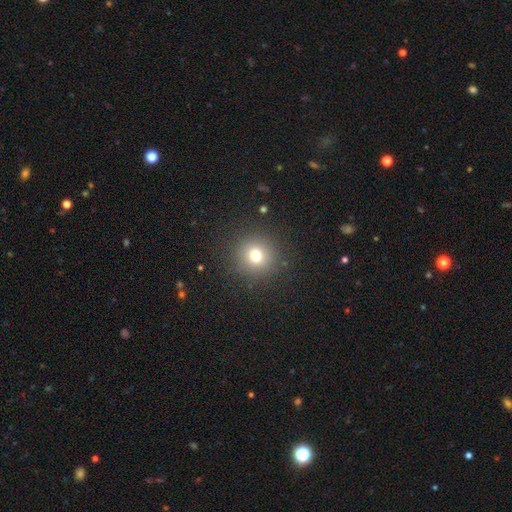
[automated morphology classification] type=smooth (74%); roundness=round (93%); merging=none (89%).